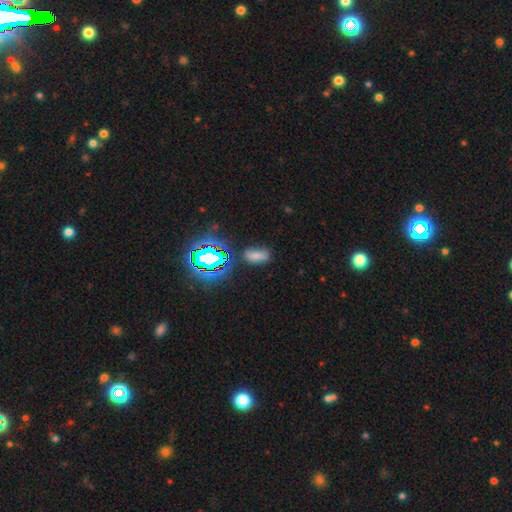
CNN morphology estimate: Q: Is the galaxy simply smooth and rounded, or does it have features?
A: smooth — 58%.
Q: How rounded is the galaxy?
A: in between — 84%.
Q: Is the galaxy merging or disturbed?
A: none — 66%.